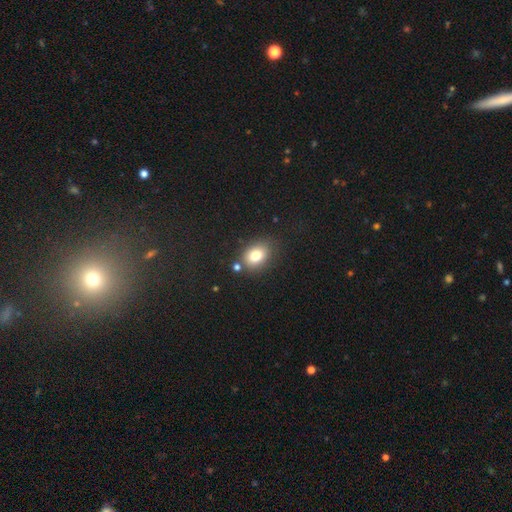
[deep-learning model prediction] The model was most divided on "how rounded": in between: 63%, round: 36%, cigar-shaped: 1%. More confident: smooth or featured — smooth (78%); merging — none (76%).